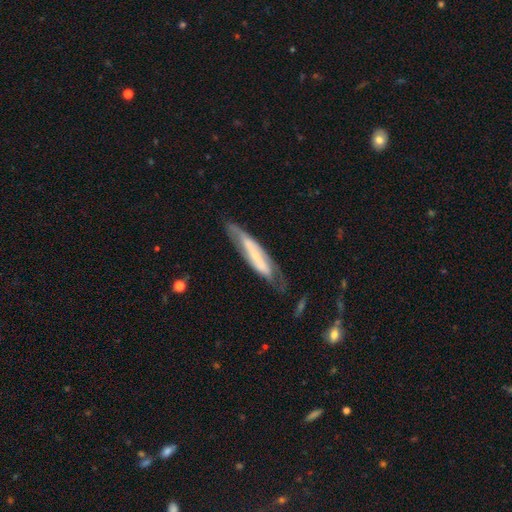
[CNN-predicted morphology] A featured or disk galaxy (66%).

Vote fractions:
- Smooth or featured? featured or disk: 66% / smooth: 28% / star or artifact: 6%
- Edge-on disk? no: 57% / yes: 43%
- Merging? none: 62% / minor disturbance: 23% / major disturbance: 12% / merger: 3%